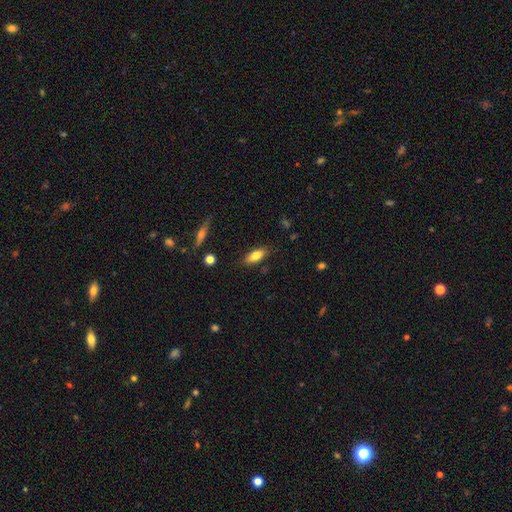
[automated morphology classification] This appears to be a smooth galaxy with no disk features (78%) that is in between round and cigar-shaped (73%). Merging: none (83%).